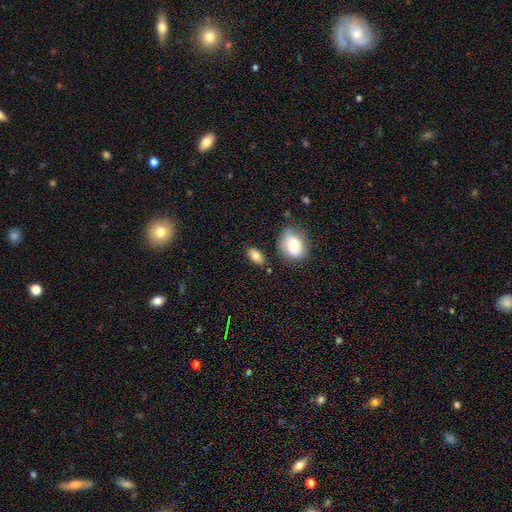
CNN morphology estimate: smooth_or_featured: smooth (p=0.82) [alt: featured or disk p=0.10]
how_rounded: in between (p=0.88) [alt: round p=0.09]
merging: none (p=0.77) [alt: minor disturbance p=0.14]